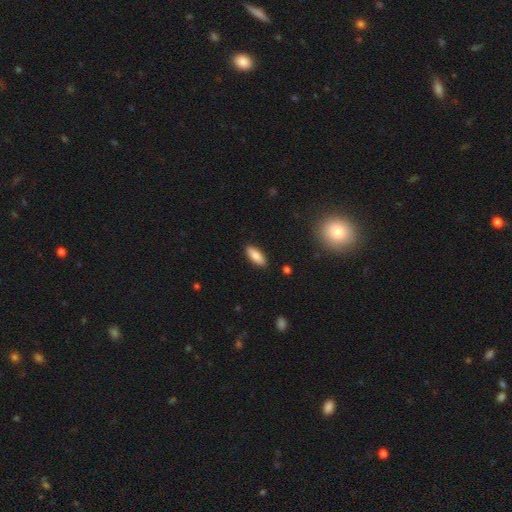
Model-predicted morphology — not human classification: A smooth galaxy with no disk features (83%) that is in between round and cigar-shaped (70%). Merging: none (89%).